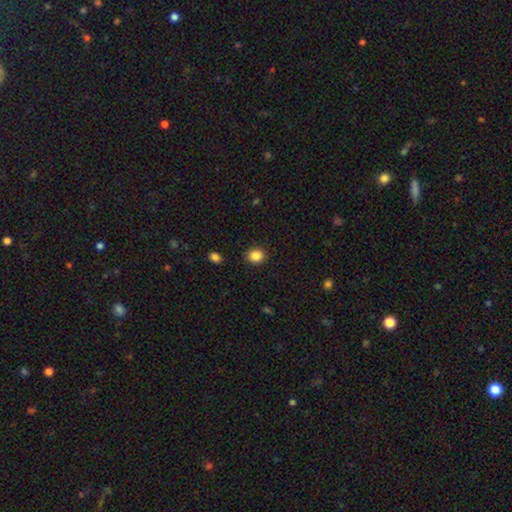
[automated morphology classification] Smooth or featured? Predicted: smooth (p=0.87). How rounded? Predicted: round (p=0.68). Merging? Predicted: none (p=0.90).